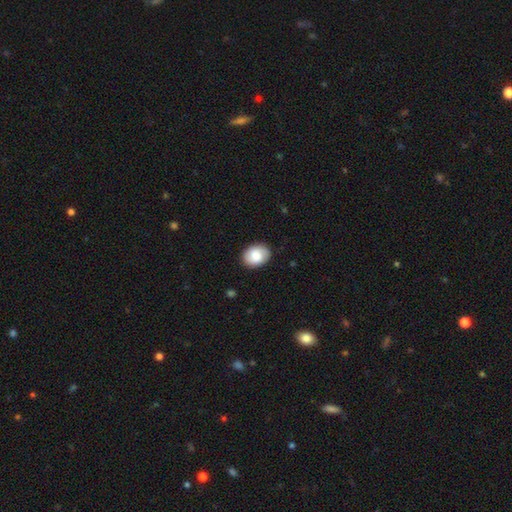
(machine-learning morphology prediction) Overall: smooth (80%). How rounded: in between (66%; round 33%). Merging: none (86%).